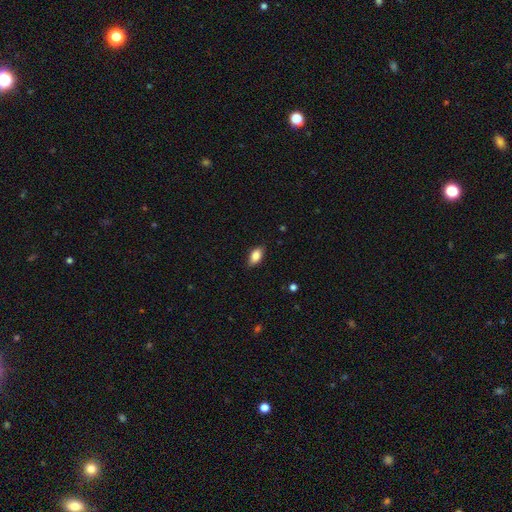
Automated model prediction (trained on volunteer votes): smooth_or_featured: smooth (p=0.84) [alt: featured or disk p=0.09]
how_rounded: in between (p=0.89) [alt: cigar-shaped p=0.06]
merging: none (p=0.83) [alt: minor disturbance p=0.13]